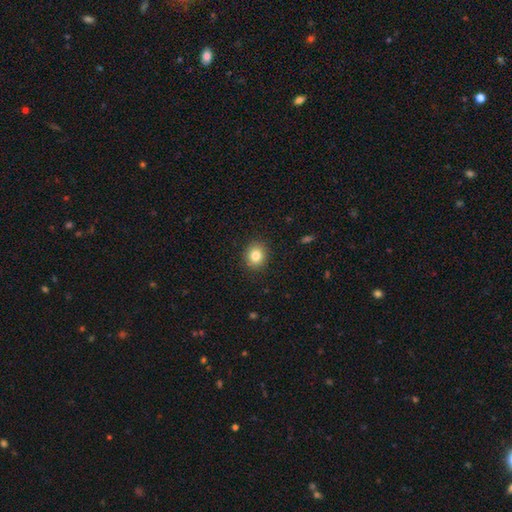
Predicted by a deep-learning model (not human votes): A smooth galaxy with no disk features (82%) that is round (72%).

Vote fractions:
- Smooth or featured? smooth: 82% / star or artifact: 10% / featured or disk: 7%
- How rounded? round: 72% / in between: 27% / cigar-shaped: 1%
- Merging? none: 90% / minor disturbance: 7% / major disturbance: 2% / merger: 1%